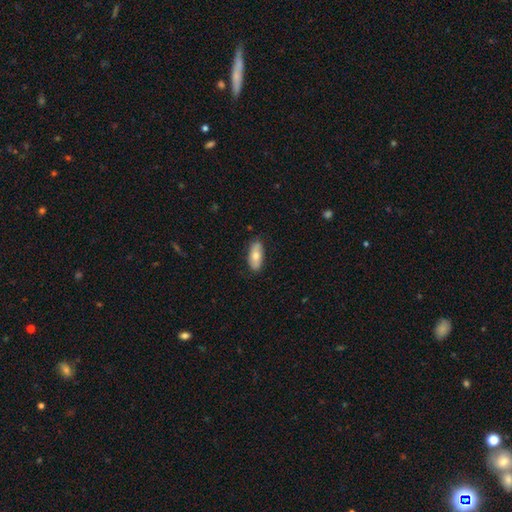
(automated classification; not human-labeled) The model was most divided on "smooth or featured": smooth: 70%, featured or disk: 24%, star or artifact: 6%. More confident: how rounded — in between (84%); merging — none (81%).